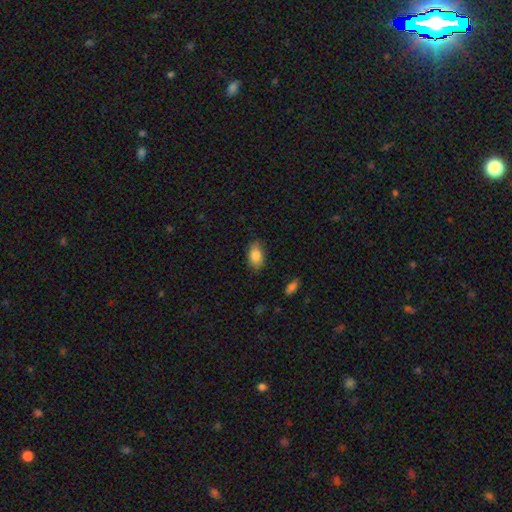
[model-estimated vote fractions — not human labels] Smooth or featured? smooth (85%)
How rounded? in between (89%)
Merging? none (79%)